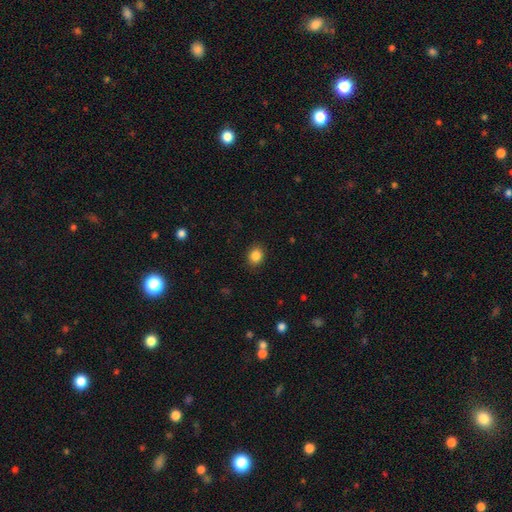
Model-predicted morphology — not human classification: Smooth or featured? smooth (86%)
How rounded? round (60%)
Merging? none (88%)